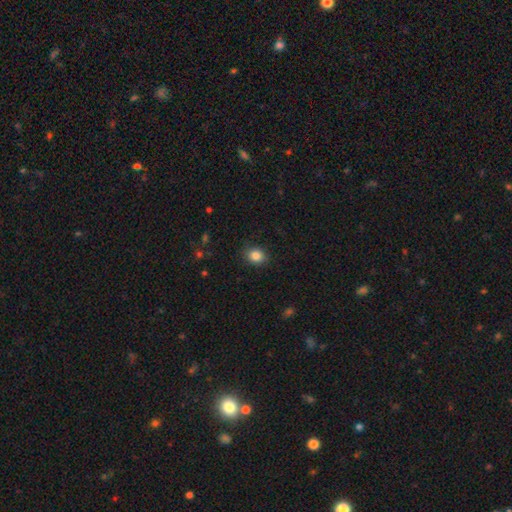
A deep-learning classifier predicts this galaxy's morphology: A smooth galaxy with no disk features (85%) that is round (57%).

Vote fractions:
- Smooth or featured? smooth: 85% / star or artifact: 10% / featured or disk: 5%
- How rounded? round: 57% / in between: 42% / cigar-shaped: 1%
- Merging? none: 87% / minor disturbance: 9% / major disturbance: 2% / merger: 1%